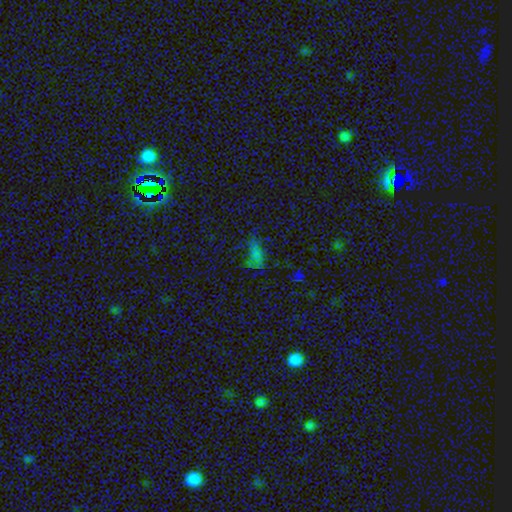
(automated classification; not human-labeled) smooth-or-featured: smooth: 55% | star or artifact: 37% | featured or disk: 8%
  how-rounded: in between: 75% | cigar-shaped: 18% | round: 8%
  merging: none: 66% | minor disturbance: 21% | major disturbance: 8% | merger: 4%